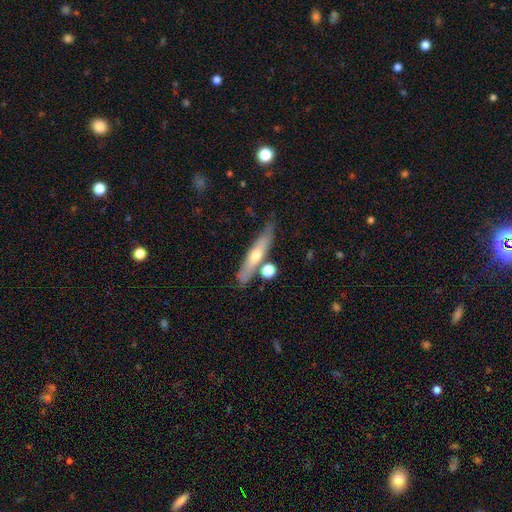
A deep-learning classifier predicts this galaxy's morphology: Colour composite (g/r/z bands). It shows a smooth galaxy with no disk features (49%). Merging: none (68%).